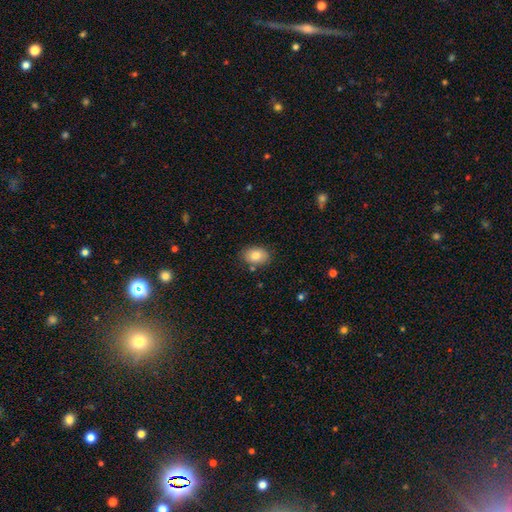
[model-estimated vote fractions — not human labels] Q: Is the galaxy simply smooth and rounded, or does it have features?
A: smooth — 80%.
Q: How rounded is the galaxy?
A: in between — 74%.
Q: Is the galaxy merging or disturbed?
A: none — 81%.